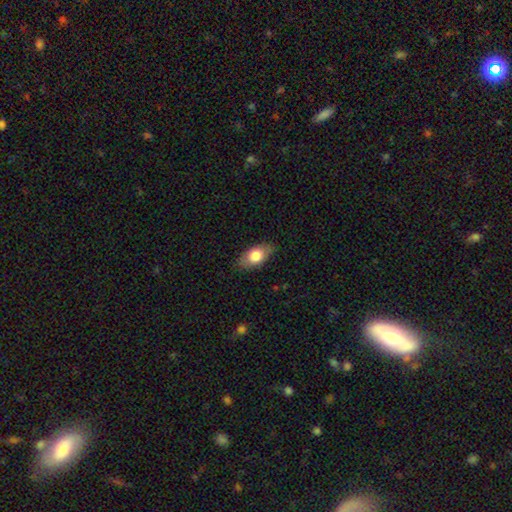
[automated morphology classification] This appears to be a smooth galaxy with no disk features (75%) that is in between round and cigar-shaped (89%). Merging: none (82%).